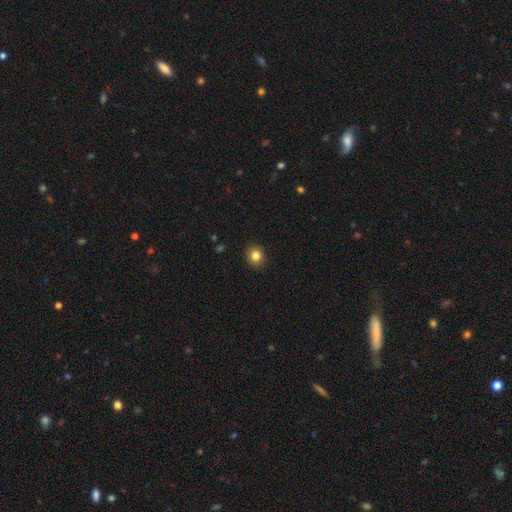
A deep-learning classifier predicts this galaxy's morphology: This is clearly a smooth galaxy (83%). How rounded: likely round (79%). Merging: clearly none (91%).